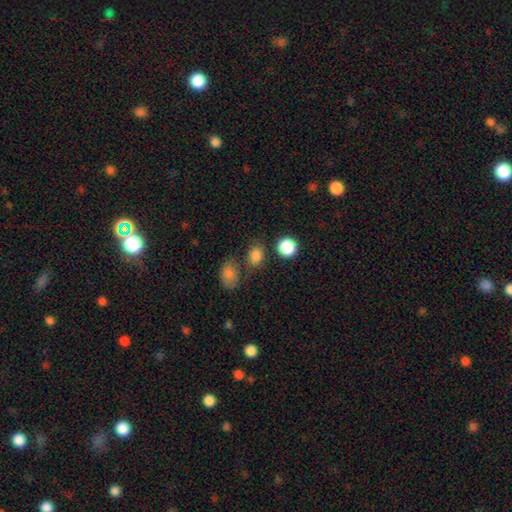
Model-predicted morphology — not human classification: Q: Smooth or featured?
A: smooth (82%); runner-up: star or artifact (13%)
Q: How rounded?
A: round (55%); runner-up: in between (44%)
Q: Merging?
A: none (71%); runner-up: minor disturbance (13%)